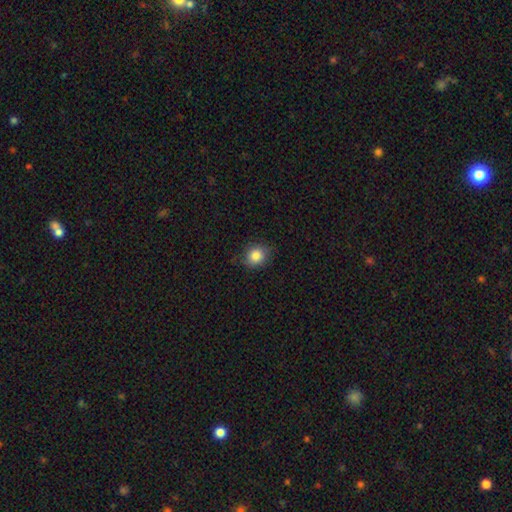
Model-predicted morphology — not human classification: smooth 85%, star or artifact 9%, featured or disk 6%. Down the decision tree: how rounded — round (65%); merging — none (81%).